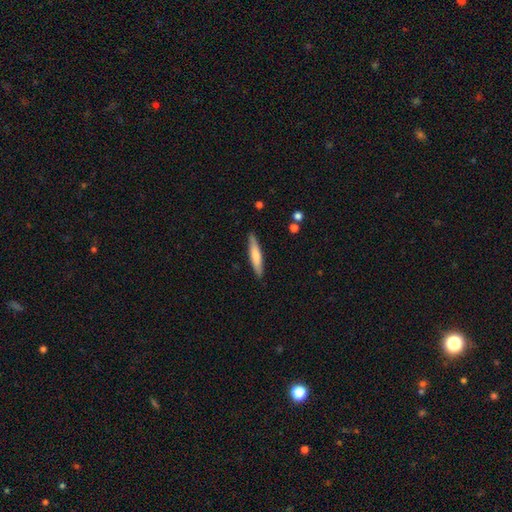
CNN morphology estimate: smooth-or-featured: smooth: 67% | featured or disk: 28% | star or artifact: 5%
  how-rounded: cigar-shaped: 89% | in between: 10% | round: 1%
  merging: none: 88% | minor disturbance: 9% | major disturbance: 2% | merger: 1%